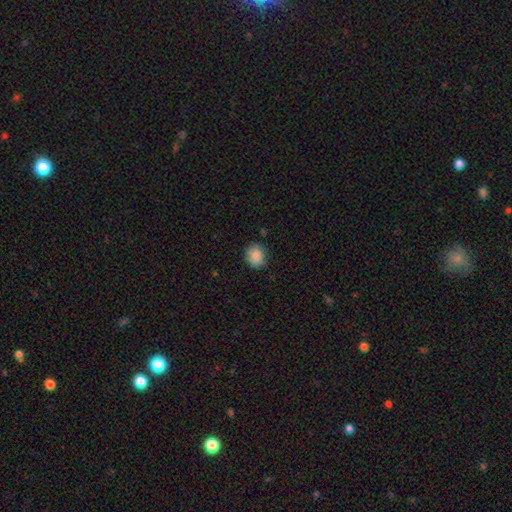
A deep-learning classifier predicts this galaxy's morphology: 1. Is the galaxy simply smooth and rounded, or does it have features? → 87% smooth, 8% star or artifact, 5% featured or disk.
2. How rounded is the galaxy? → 75% round, 24% in between, 1% cigar-shaped.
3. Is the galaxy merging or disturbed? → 83% none, 13% minor disturbance, 3% major disturbance, 1% merger.